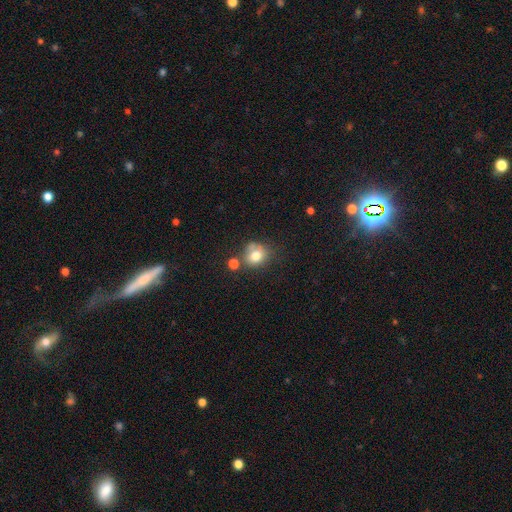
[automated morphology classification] smooth 76%, featured or disk 13%, star or artifact 11%. Down the decision tree: how rounded — round (69%); merging — none (52%).